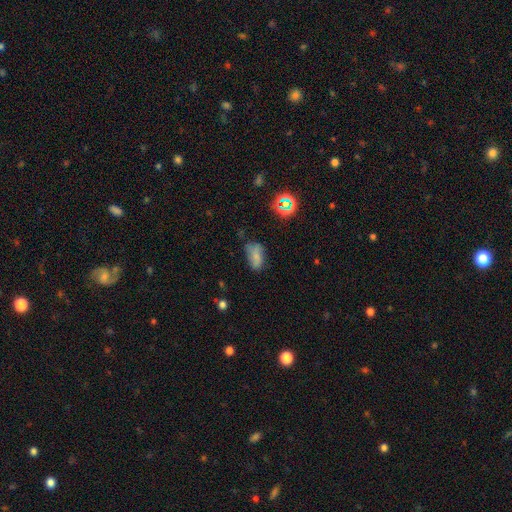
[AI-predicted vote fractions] Smooth or featured: smooth — 65% (featured or disk — 19%)
How rounded: in between — 88% (round — 7%)
Merging: none — 51% (minor disturbance — 32%)